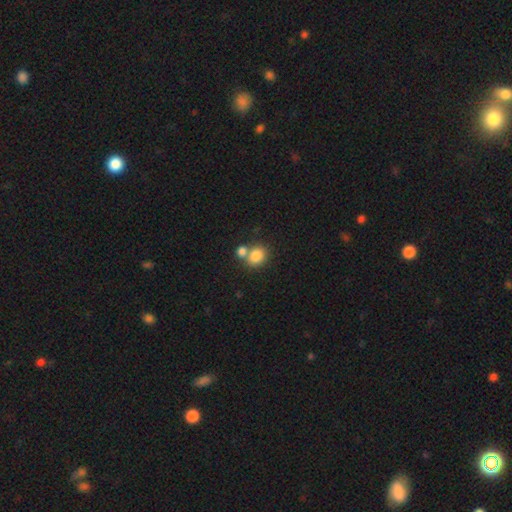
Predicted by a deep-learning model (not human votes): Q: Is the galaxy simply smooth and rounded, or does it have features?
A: smooth — 83%.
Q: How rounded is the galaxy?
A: round — 61%.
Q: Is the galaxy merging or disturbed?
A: none — 48%.